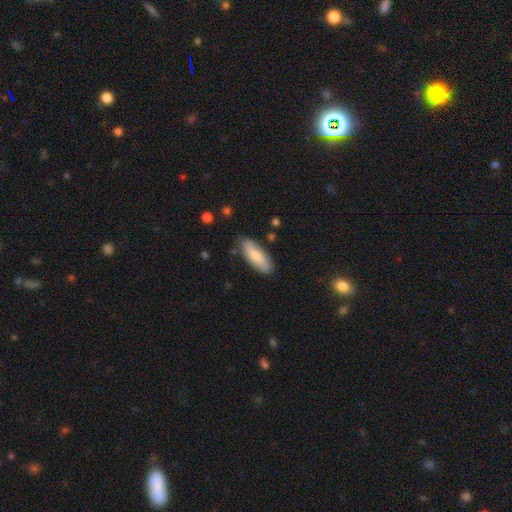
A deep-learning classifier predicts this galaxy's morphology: The model was most divided on "how rounded": in between: 68%, cigar-shaped: 30%, round: 2%. More confident: merging — none (80%); smooth or featured — smooth (73%).